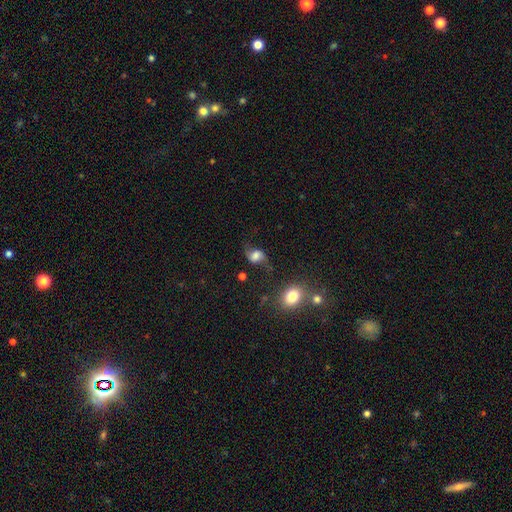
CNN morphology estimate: Smooth or featured: featured or disk — 58% (smooth — 30%)
Edge-on disk: no — 95% (yes — 5%)
Bar: no — 47% (weak — 40%)
Spiral arms: yes — 91% (no — 9%)
Spiral winding: loose — 82% (medium — 15%)
Spiral arm count: 2 — 92% (1 — 3%)
Bulge size: moderate — 32% (large — 31%)
Merging: none — 63% (minor disturbance — 19%)